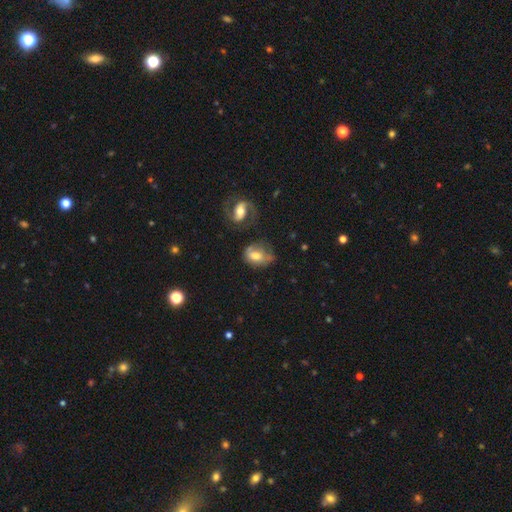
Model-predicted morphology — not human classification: Smooth or featured? smooth (55%)
How rounded? in between (71%)
Merging? none (40%)